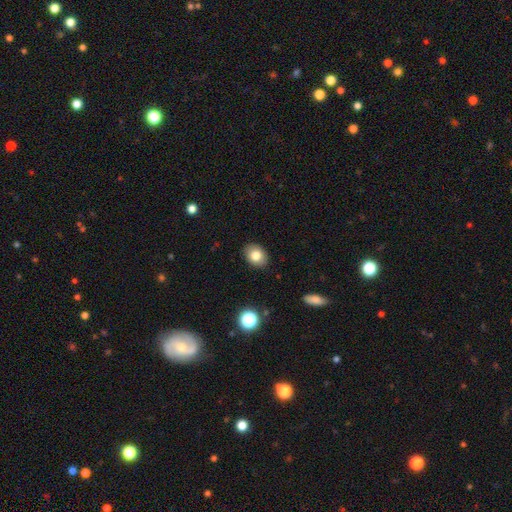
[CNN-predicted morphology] Smooth or featured? Predicted: smooth (p=0.80). How rounded? Predicted: in between (p=0.65). Merging? Predicted: none (p=0.88).